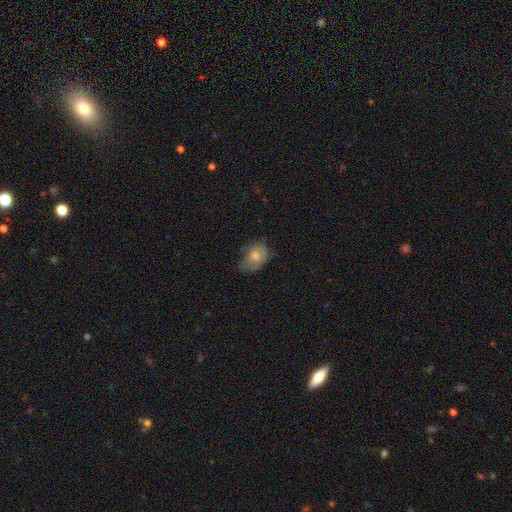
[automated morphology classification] This is likely a smooth galaxy (71%). How rounded: likely in between (76%). Merging: marginally none (44%).